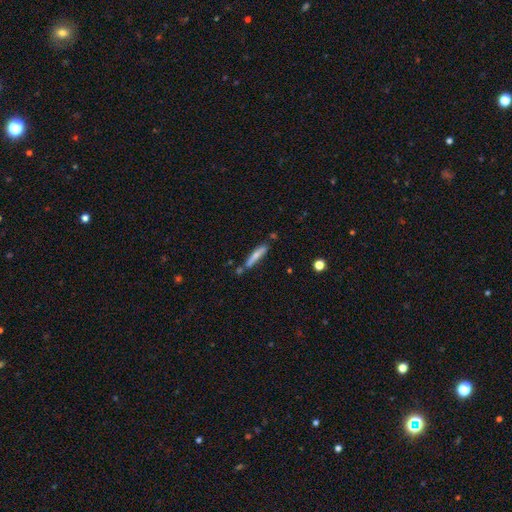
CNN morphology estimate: This is likely a smooth galaxy (66%). How rounded: clearly cigar-shaped (91%). Merging: likely none (68%).